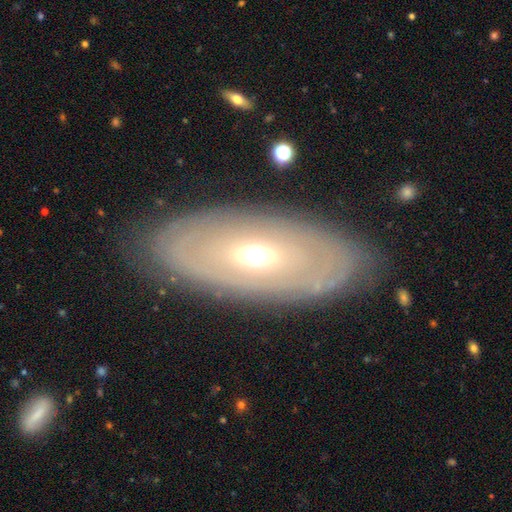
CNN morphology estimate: featured or disk 62%, smooth 32%, star or artifact 6%. Down the decision tree: edge-on disk — no (84%); bar — no (72%); spiral arms — no (66%); bulge size — moderate (67%); merging — none (82%).